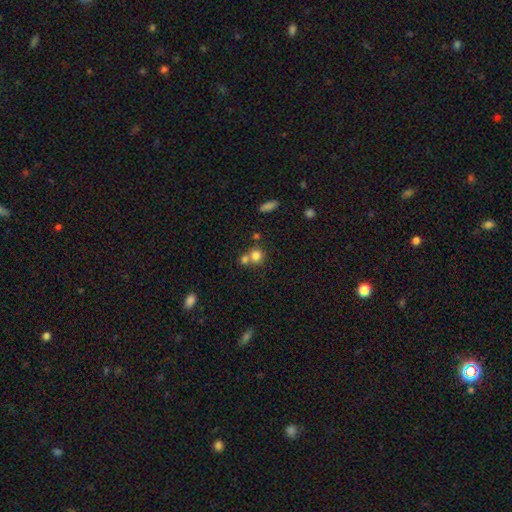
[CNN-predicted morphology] This is likely a smooth galaxy (78%). How rounded: clearly round (87%). Merging: possibly none (46%).